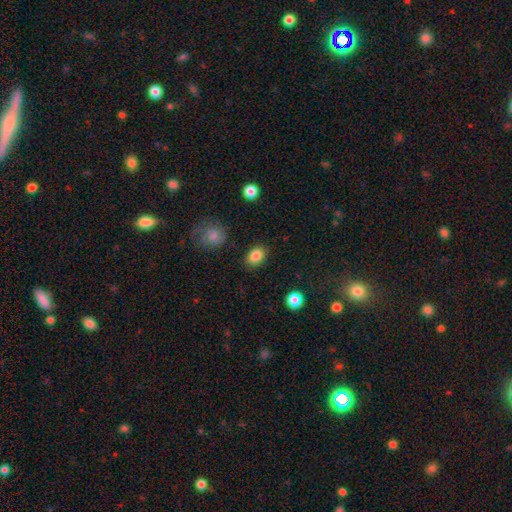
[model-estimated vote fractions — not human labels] A smooth galaxy with no disk features (86%) that is in between round and cigar-shaped (72%).

Vote fractions:
- Smooth or featured? smooth: 86% / star or artifact: 9% / featured or disk: 5%
- How rounded? in between: 72% / round: 26% / cigar-shaped: 1%
- Merging? none: 85% / minor disturbance: 11% / major disturbance: 3% / merger: 2%